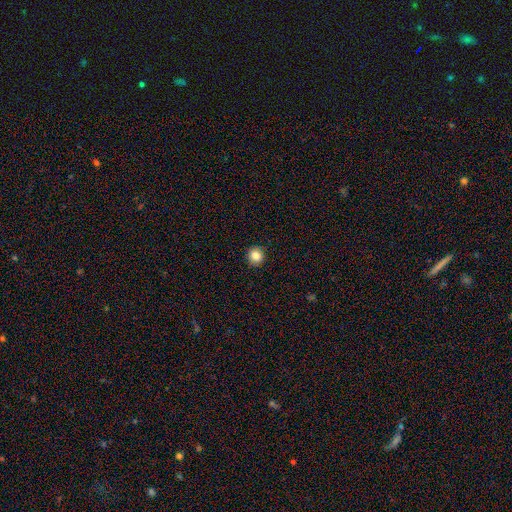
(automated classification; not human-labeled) smooth_or_featured: smooth (p=0.84) [alt: star or artifact p=0.10]
how_rounded: round (p=0.90) [alt: in between p=0.09]
merging: none (p=0.91) [alt: minor disturbance p=0.06]